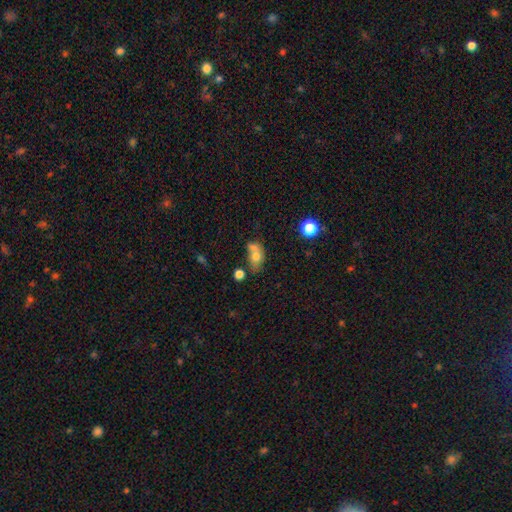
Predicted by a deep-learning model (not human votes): A smooth galaxy with no disk features (68%) that is in between round and cigar-shaped (67%). Merging: merger (45%).